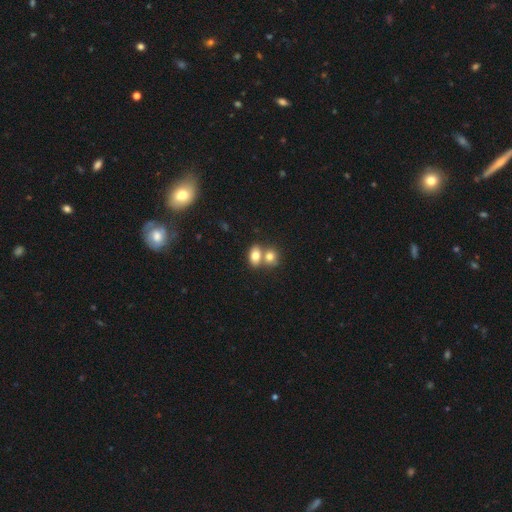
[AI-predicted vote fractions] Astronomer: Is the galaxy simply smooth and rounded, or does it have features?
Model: smooth — 77%.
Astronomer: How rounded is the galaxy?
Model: in between — 75%.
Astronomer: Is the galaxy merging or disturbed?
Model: merger — 58%.